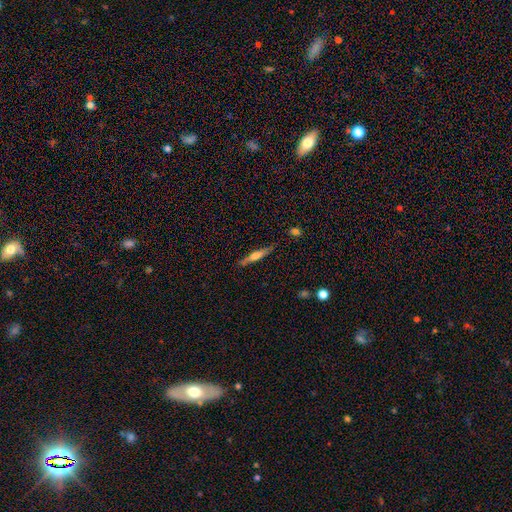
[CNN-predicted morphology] A featured or disk galaxy (50%) viewed edge-on (95%). Merging: none (85%).